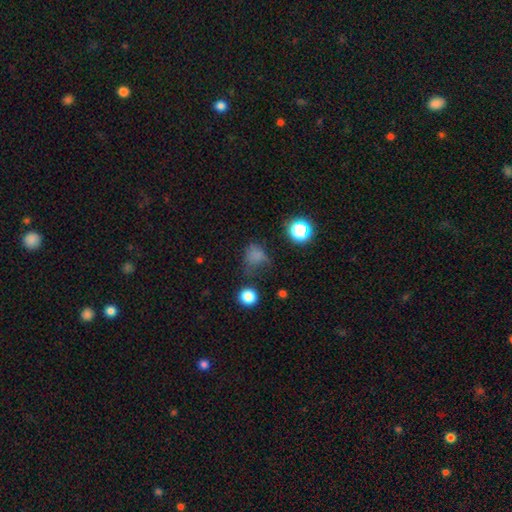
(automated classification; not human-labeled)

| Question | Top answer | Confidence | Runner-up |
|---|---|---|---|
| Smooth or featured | smooth | 68% | star or artifact (21%) |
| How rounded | round | 63% | in between (35%) |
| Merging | none | 40% | major disturbance (28%) |